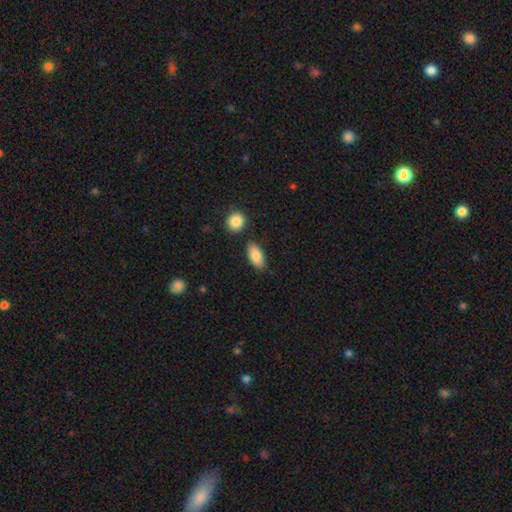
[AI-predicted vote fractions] The model was most divided on "merging": none: 77%, minor disturbance: 13%, merger: 7%, major disturbance: 3%. More confident: how rounded — in between (90%); smooth or featured — smooth (85%).